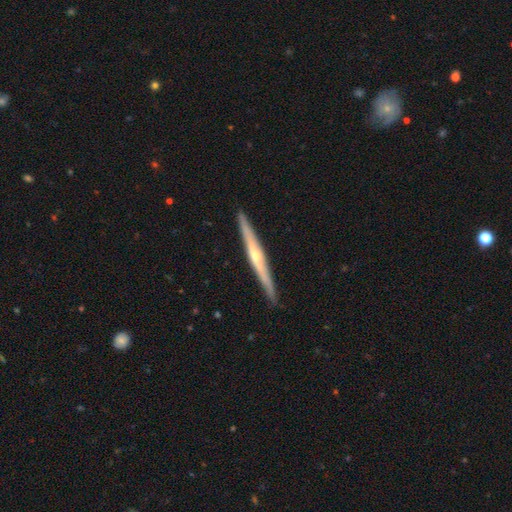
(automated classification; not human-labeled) featured or disk 75%, smooth 19%, star or artifact 5%. Down the decision tree: edge-on disk — yes (97%); edge-on bulge — rounded (75%); merging — none (92%).